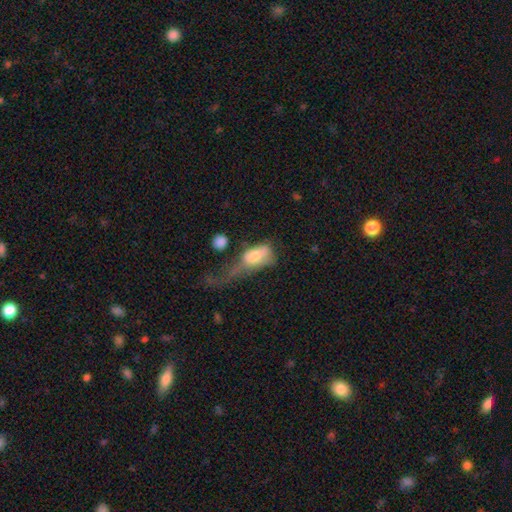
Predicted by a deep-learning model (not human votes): This appears to be a smooth galaxy with no disk features (64%) that is in between round and cigar-shaped (84%). Merging: major disturbance (61%).